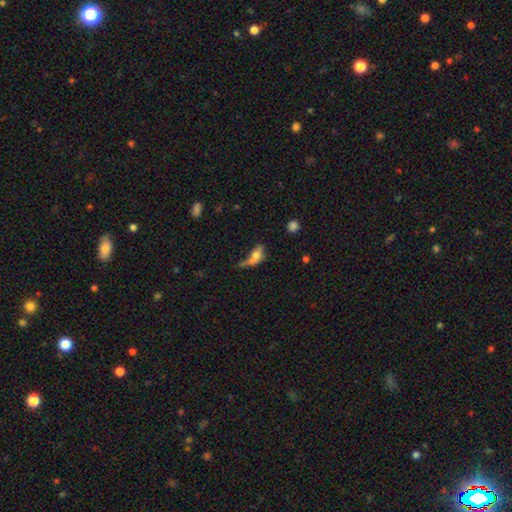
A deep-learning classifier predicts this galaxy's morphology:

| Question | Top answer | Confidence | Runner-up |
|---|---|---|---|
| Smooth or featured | smooth | 54% | featured or disk (34%) |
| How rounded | in between | 69% | cigar-shaped (18%) |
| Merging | major disturbance | 39% | none (22%) |